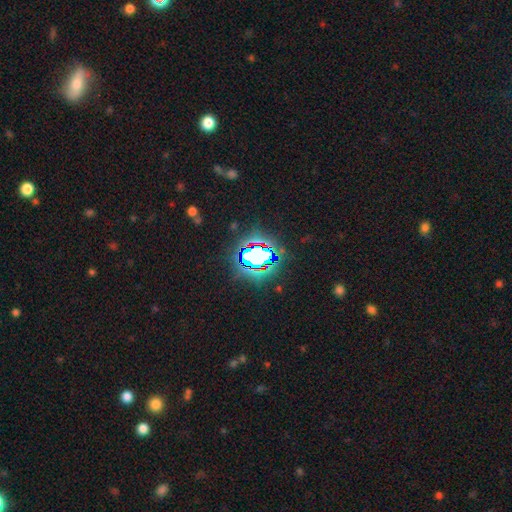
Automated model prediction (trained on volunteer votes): star or artifact 72%, smooth 16%, featured or disk 12%.